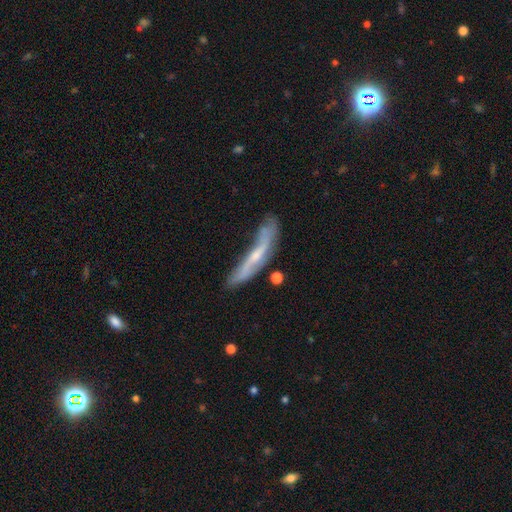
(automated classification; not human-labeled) Smooth or featured?
  - featured or disk: 60% *
  - smooth: 33%
  - star or artifact: 7%
Edge-on disk?
  - yes: 53% *
  - no: 47%
Merging?
  - none: 46% *
  - minor disturbance: 30%
  - major disturbance: 16%
  - merger: 8%